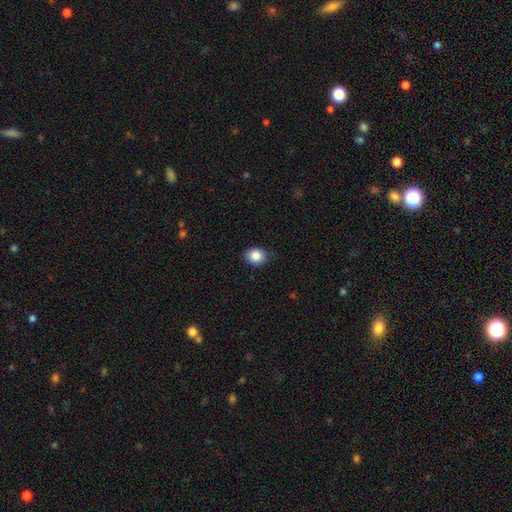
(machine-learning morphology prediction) This appears to be a smooth galaxy with no disk features (85%) that is round (72%). Merging: none (86%).